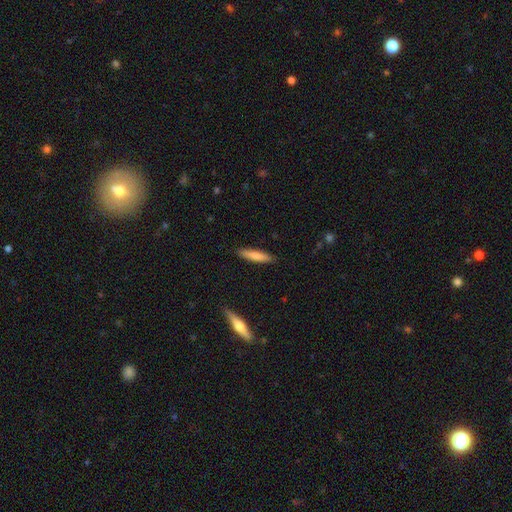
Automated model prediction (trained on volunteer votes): This is likely a smooth galaxy (79%). How rounded: clearly cigar-shaped (85%). Merging: clearly none (88%).